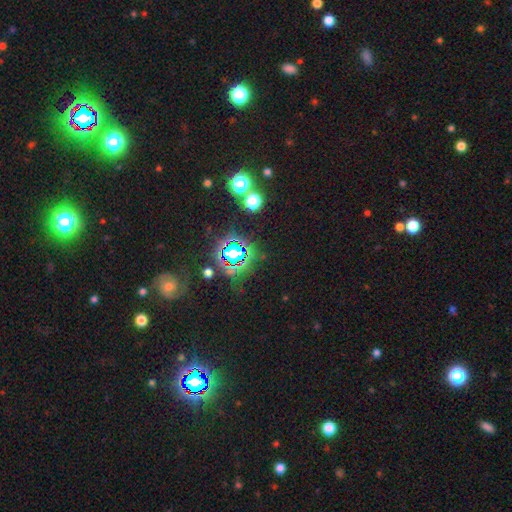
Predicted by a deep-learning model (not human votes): Smooth or featured: star or artifact — 80% (smooth — 13%)